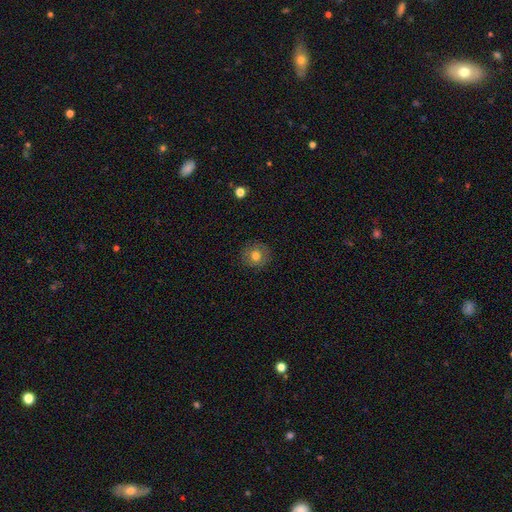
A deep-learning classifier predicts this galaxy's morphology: Smooth or featured? Predicted: smooth (p=0.74). How rounded? Predicted: round (p=0.90). Merging? Predicted: none (p=0.89).